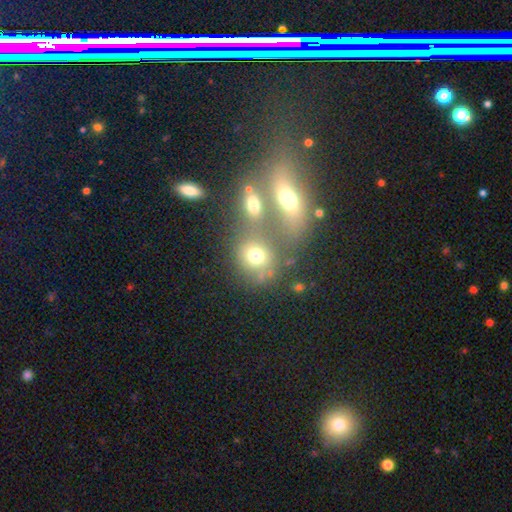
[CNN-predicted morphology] Smooth or featured? smooth (70%)
How rounded? round (70%)
Merging? merger (48%)